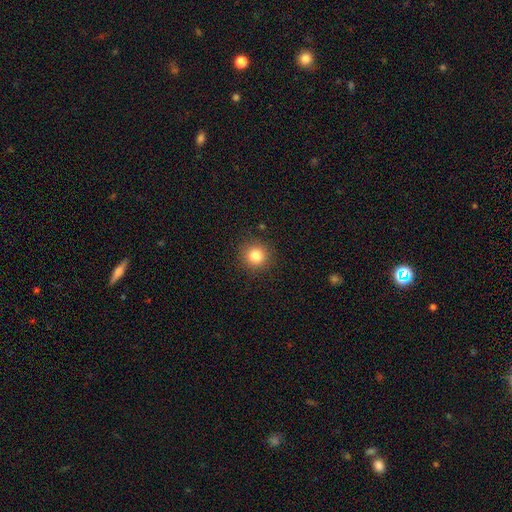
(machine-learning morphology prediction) A smooth galaxy with no disk features (82%) that is round (93%). Merging: none (90%).